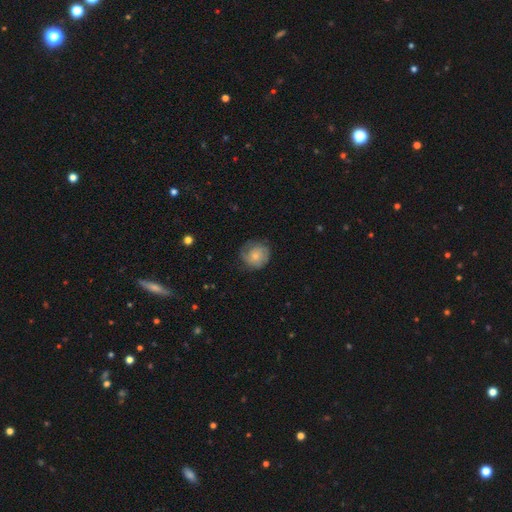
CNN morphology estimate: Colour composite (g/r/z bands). It shows a smooth galaxy with no disk features (50%) that is round (85%). Merging: none (65%).